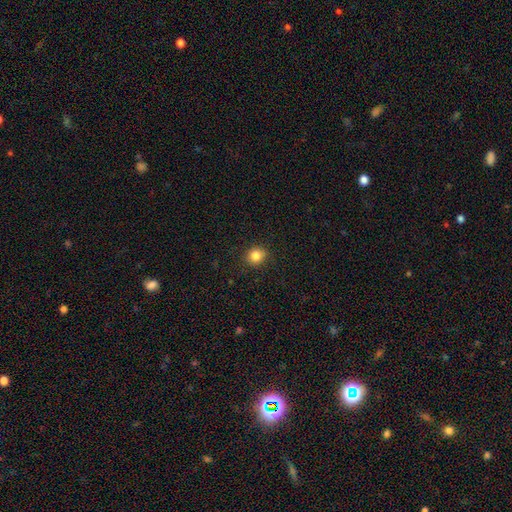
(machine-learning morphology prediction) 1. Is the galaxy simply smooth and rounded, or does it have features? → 83% smooth, 11% star or artifact, 5% featured or disk.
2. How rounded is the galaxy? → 83% round, 16% in between, 1% cigar-shaped.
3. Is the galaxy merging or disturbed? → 89% none, 8% minor disturbance, 2% major disturbance, 1% merger.